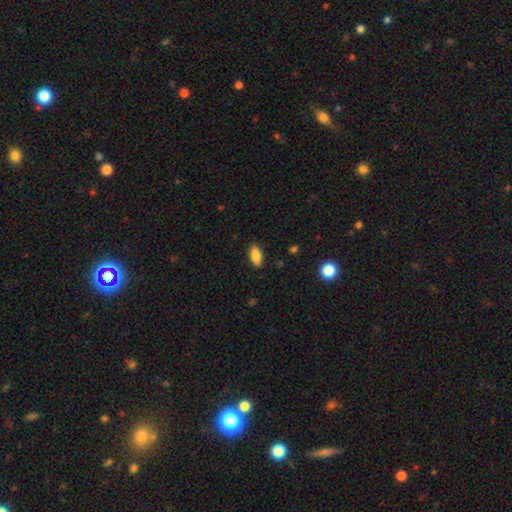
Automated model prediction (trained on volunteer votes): A smooth galaxy with no disk features (85%) that is in between round and cigar-shaped (87%).

Vote fractions:
- Smooth or featured? smooth: 85% / featured or disk: 8% / star or artifact: 7%
- How rounded? in between: 87% / cigar-shaped: 11% / round: 3%
- Merging? none: 88% / minor disturbance: 9% / major disturbance: 2% / merger: 1%